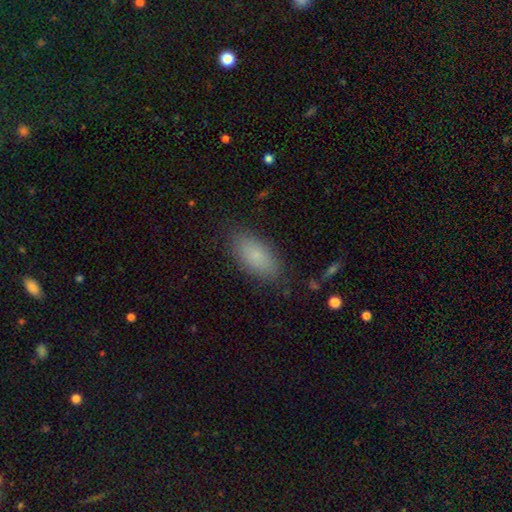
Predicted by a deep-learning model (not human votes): smooth_or_featured: smooth (p=0.80) [alt: featured or disk p=0.12]
how_rounded: in between (p=0.89) [alt: cigar-shaped p=0.07]
merging: none (p=0.84) [alt: minor disturbance p=0.12]